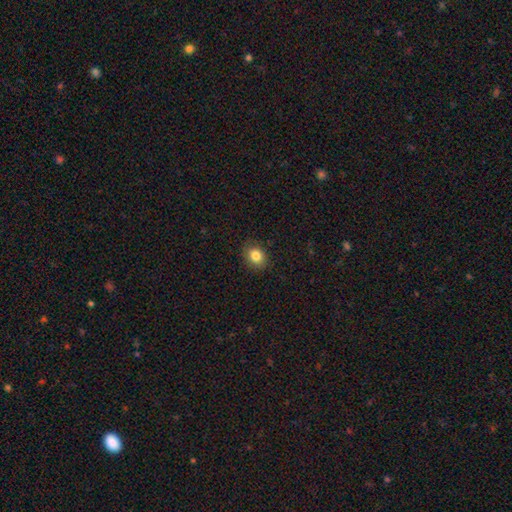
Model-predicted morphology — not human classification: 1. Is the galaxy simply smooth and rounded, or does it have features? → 84% smooth, 10% star or artifact, 6% featured or disk.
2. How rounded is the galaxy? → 53% round, 46% in between, 1% cigar-shaped.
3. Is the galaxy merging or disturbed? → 86% none, 11% minor disturbance, 3% major disturbance, 1% merger.